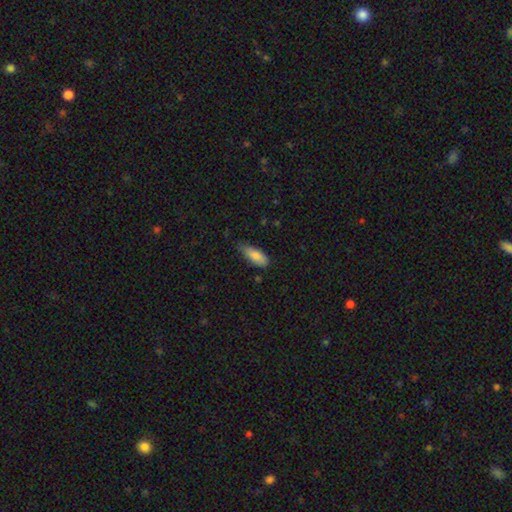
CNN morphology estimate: smooth_or_featured: smooth (p=0.85) [alt: featured or disk p=0.09]
how_rounded: in between (p=0.78) [alt: cigar-shaped p=0.21]
merging: none (p=0.57) [alt: minor disturbance p=0.36]